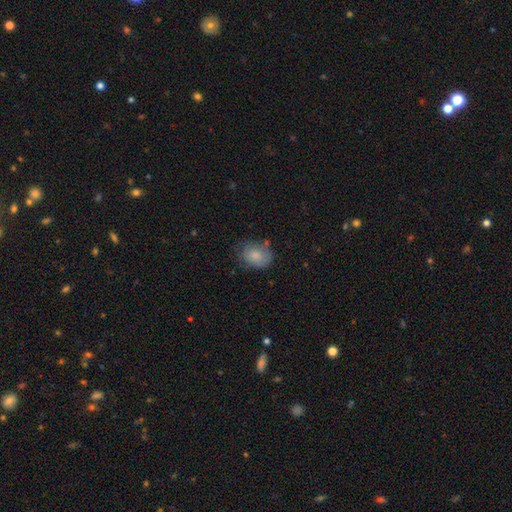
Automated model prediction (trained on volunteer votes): This appears to be a smooth galaxy with no disk features (77%) that is in between round and cigar-shaped (63%). Merging: none (58%).